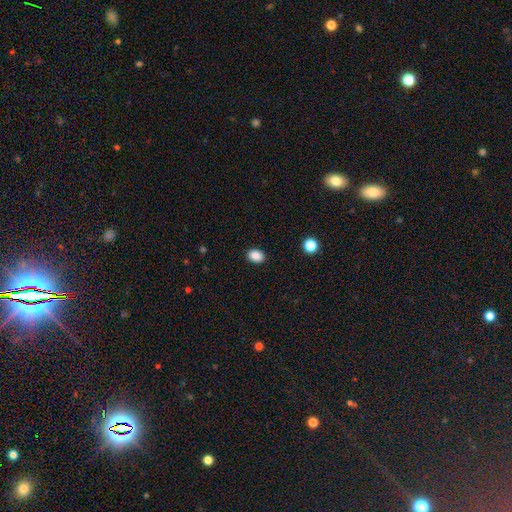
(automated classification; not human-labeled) Morphology: type=smooth (88%); roundness=in between (73%); merging=none (90%).